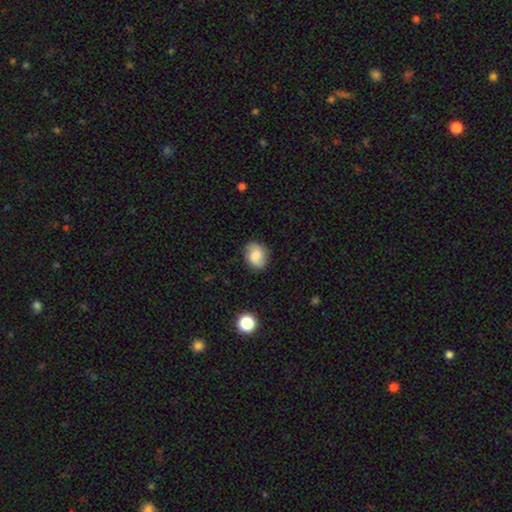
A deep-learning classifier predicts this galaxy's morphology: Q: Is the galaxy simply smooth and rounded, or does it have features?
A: smooth — 64%.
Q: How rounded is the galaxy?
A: in between — 51%.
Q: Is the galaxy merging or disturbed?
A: none — 82%.